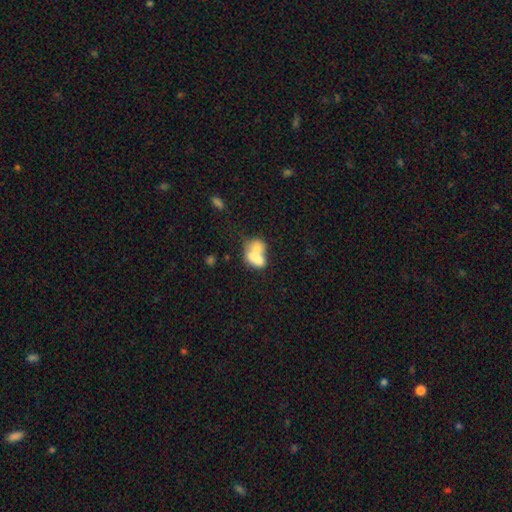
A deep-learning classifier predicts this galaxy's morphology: This appears to be a smooth galaxy with no disk features (68%) that is in between round and cigar-shaped (81%). Merging: merger (66%).